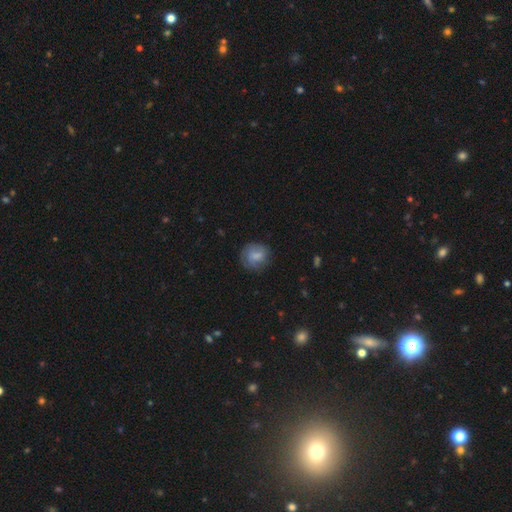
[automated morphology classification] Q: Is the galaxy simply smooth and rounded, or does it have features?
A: smooth — 71%.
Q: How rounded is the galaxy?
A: round — 83%.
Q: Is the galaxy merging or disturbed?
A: none — 76%.